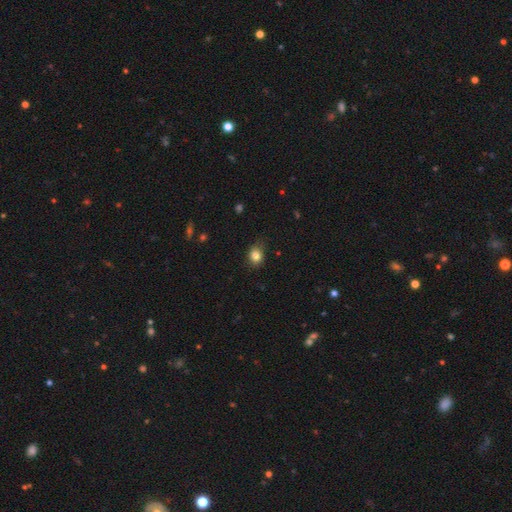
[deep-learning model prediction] smooth_or_featured: smooth (p=0.83) [alt: star or artifact p=0.11]
how_rounded: round (p=0.57) [alt: in between p=0.42]
merging: none (p=0.73) [alt: minor disturbance p=0.21]